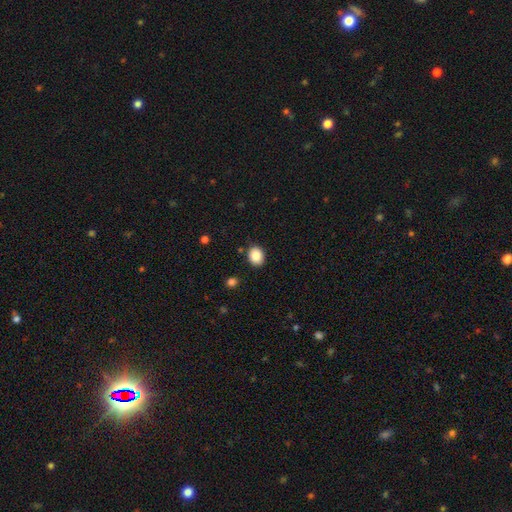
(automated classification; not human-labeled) This appears to be a smooth galaxy with no disk features (86%) that is round (55%). Merging: none (87%).